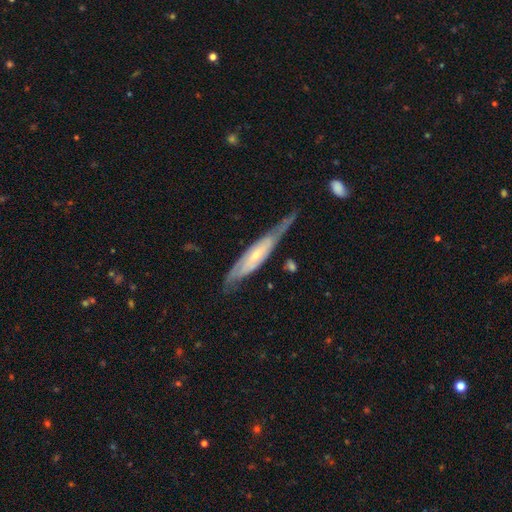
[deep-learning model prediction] This appears to be a featured or disk galaxy (73%). Merging: none (58%).